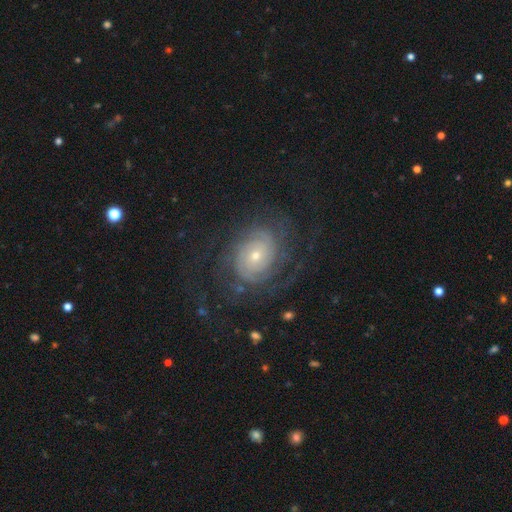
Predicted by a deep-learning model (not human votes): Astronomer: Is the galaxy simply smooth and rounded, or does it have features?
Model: featured or disk — 83%.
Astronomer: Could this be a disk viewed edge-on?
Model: no — 97%.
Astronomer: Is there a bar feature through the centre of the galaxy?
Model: no — 76%.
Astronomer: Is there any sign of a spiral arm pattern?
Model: yes — 95%.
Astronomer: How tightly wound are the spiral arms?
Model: tight — 73%.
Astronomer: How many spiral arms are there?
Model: can't tell — 34% (runner-up: 2, 27%).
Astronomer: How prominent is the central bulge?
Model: small — 59% (runner-up: moderate, 36%).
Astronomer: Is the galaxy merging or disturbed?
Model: none — 72%.